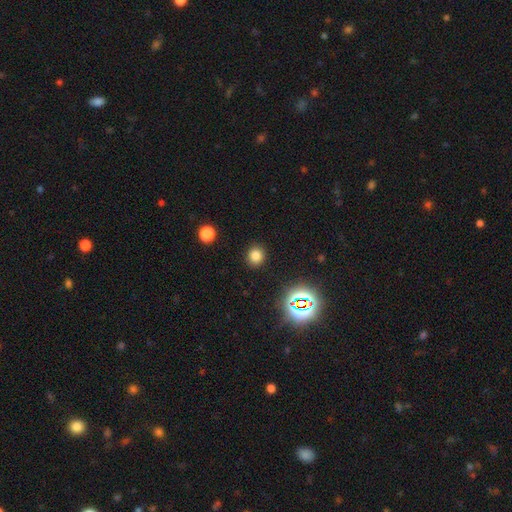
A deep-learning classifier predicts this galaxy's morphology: smooth 77%, star or artifact 18%, featured or disk 5%. Down the decision tree: how rounded — round (82%); merging — none (89%).